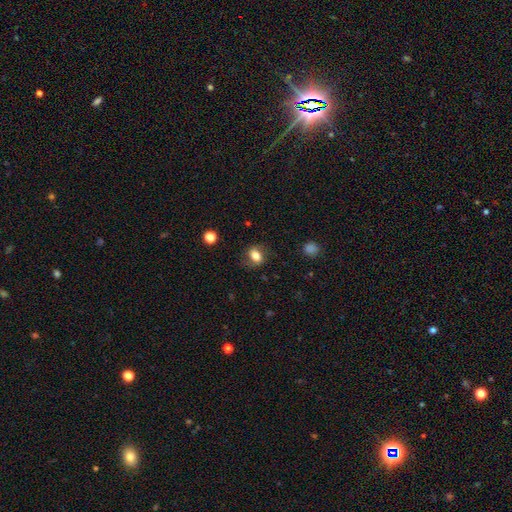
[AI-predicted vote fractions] This is likely a smooth galaxy (72%). How rounded: likely in between (66%). Merging: likely none (73%).